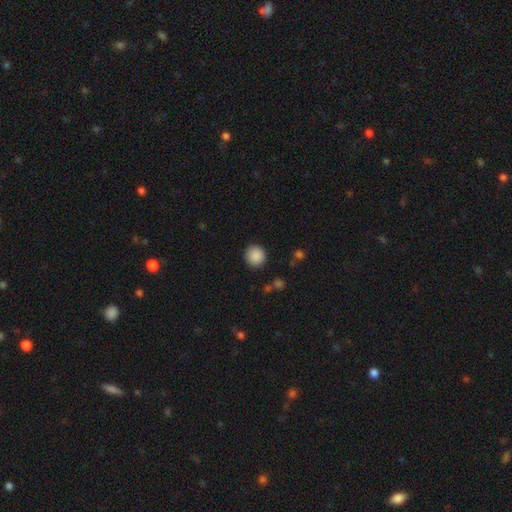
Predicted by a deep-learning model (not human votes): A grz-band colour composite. It shows a smooth galaxy with no disk features (89%) that is round (92%). Merging: none (90%).